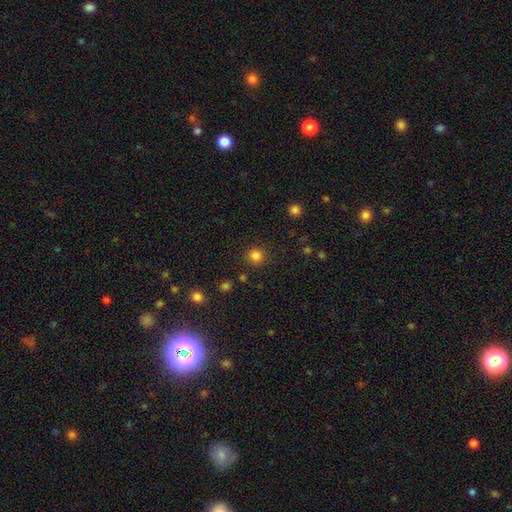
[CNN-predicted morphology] Overall: smooth (83%). How rounded: round (92%). Merging: none (88%).